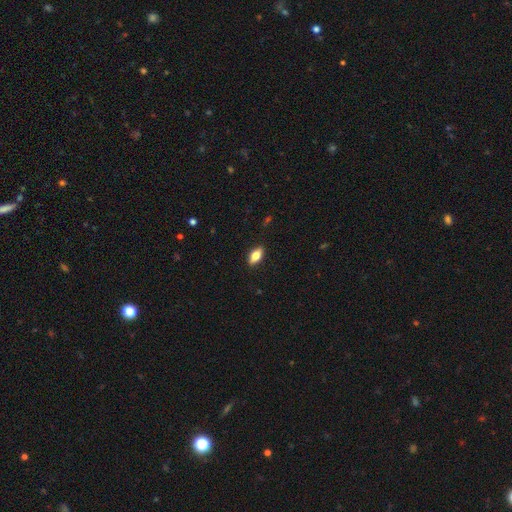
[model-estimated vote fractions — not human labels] Smooth or featured?
  - smooth: 74% *
  - featured or disk: 19%
  - star or artifact: 7%
How rounded?
  - in between: 87% *
  - cigar-shaped: 9%
  - round: 4%
Merging?
  - none: 88% *
  - minor disturbance: 9%
  - major disturbance: 2%
  - merger: 1%